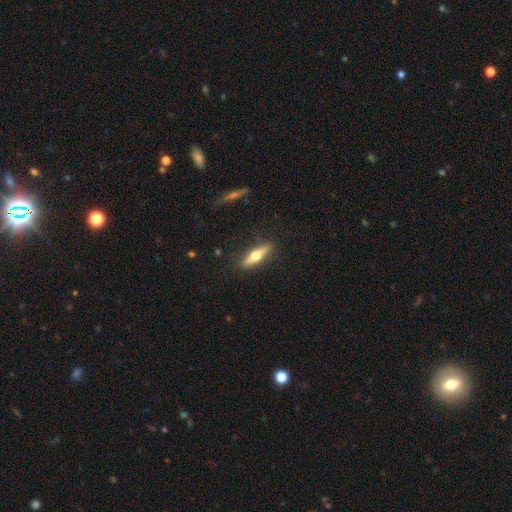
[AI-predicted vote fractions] Smooth or featured: featured or disk — 58% (smooth — 36%)
Edge-on disk: yes — 94% (no — 6%)
Edge-on bulge: rounded — 96% (none — 2%)
Merging: none — 87% (minor disturbance — 9%)